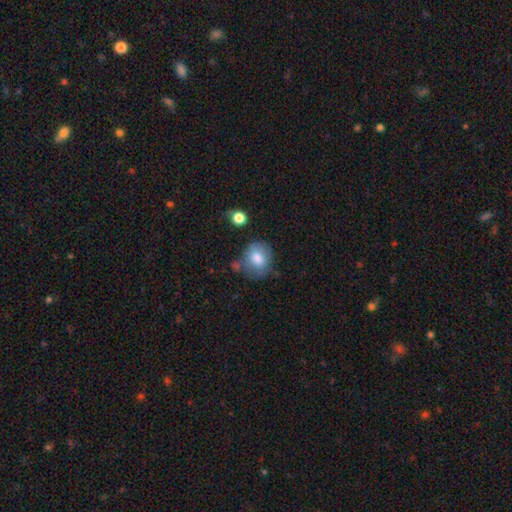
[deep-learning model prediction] Overall: smooth (76%). How rounded: round (74%). Merging: none (64%).